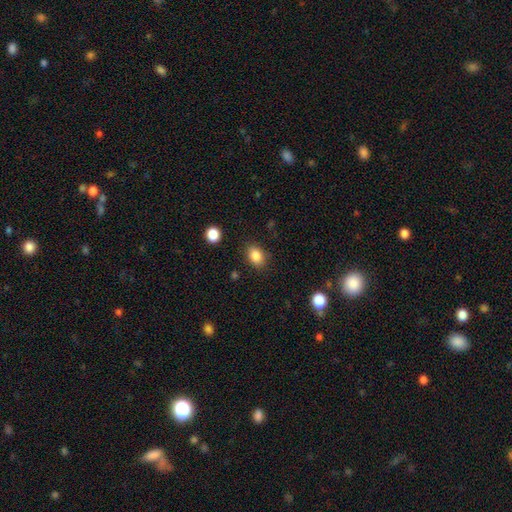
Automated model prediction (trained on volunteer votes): Smooth or featured: smooth — 86% (star or artifact — 10%)
How rounded: in between — 68% (round — 31%)
Merging: none — 84% (minor disturbance — 11%)